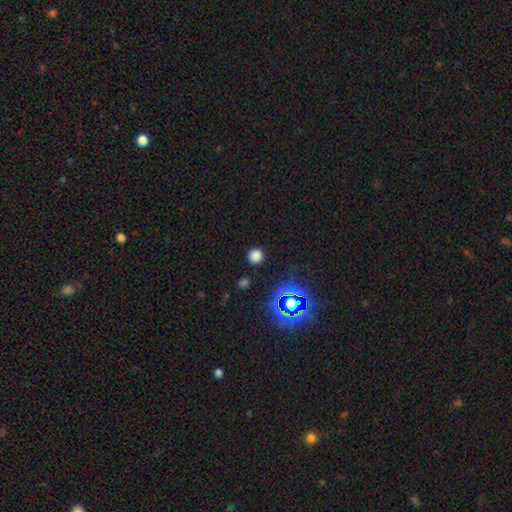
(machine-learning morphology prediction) A smooth galaxy with no disk features (75%) that is round (94%).

Vote fractions:
- Smooth or featured? smooth: 75% / star or artifact: 21% / featured or disk: 5%
- How rounded? round: 94% / in between: 5% / cigar-shaped: 1%
- Merging? none: 90% / minor disturbance: 6% / major disturbance: 2% / merger: 2%